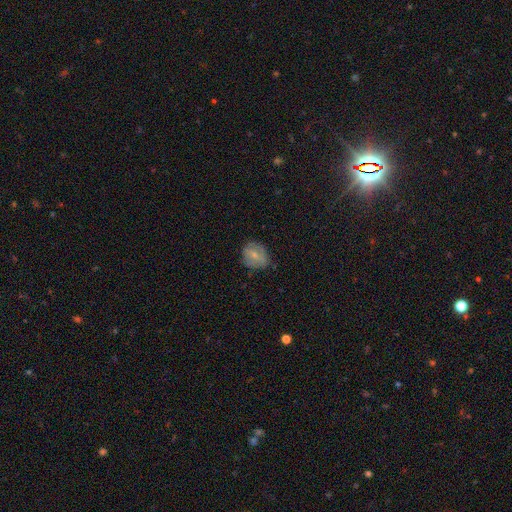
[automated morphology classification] This appears to be a smooth galaxy with no disk features (63%) that is round (64%). Merging: none (70%).